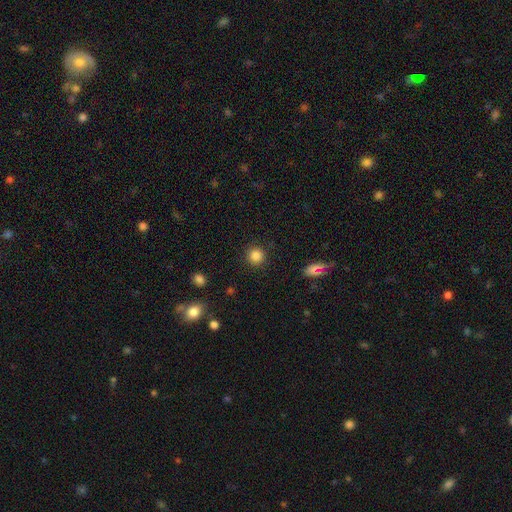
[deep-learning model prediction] smooth_or_featured: smooth (p=0.84) [alt: star or artifact p=0.12]
how_rounded: round (p=0.94) [alt: in between p=0.05]
merging: none (p=0.91) [alt: minor disturbance p=0.06]